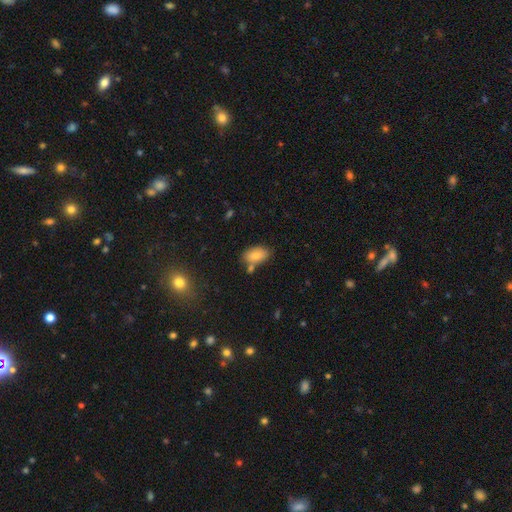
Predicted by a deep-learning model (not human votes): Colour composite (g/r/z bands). It shows a smooth galaxy with no disk features (80%) that is in between round and cigar-shaped (92%). Merging: none (68%).